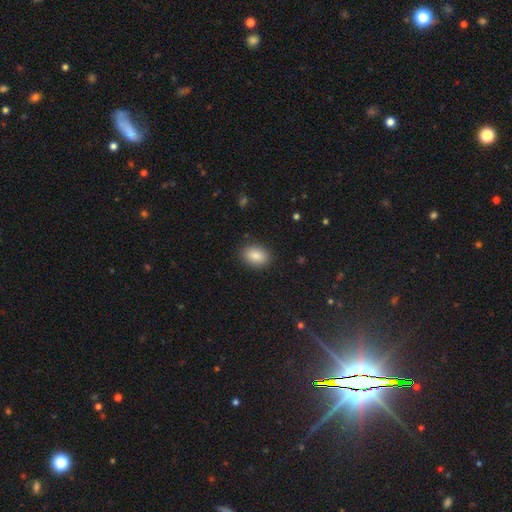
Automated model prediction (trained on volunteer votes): Smooth or featured? smooth (87%)
How rounded? in between (79%)
Merging? none (88%)